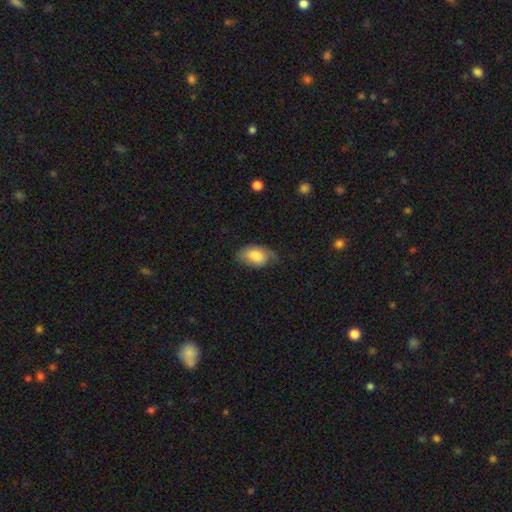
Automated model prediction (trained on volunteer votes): Smooth or featured?
  - smooth: 72% *
  - featured or disk: 22%
  - star or artifact: 6%
How rounded?
  - in between: 91% *
  - round: 7%
  - cigar-shaped: 2%
Merging?
  - none: 54% *
  - minor disturbance: 32%
  - major disturbance: 12%
  - merger: 1%